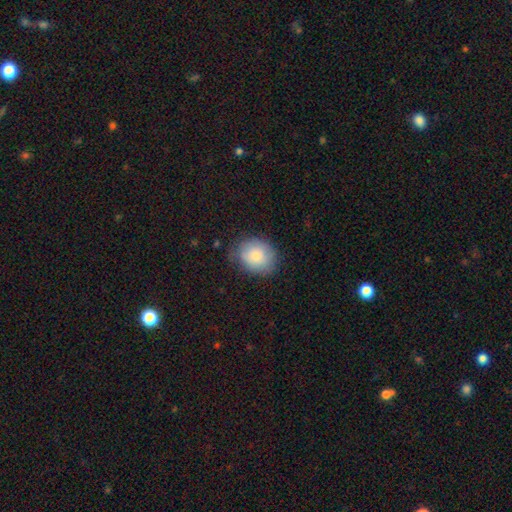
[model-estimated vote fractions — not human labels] smooth-or-featured: smooth: 82% | featured or disk: 11% | star or artifact: 7%
  how-rounded: round: 56% | in between: 43% | cigar-shaped: 1%
  merging: none: 70% | minor disturbance: 23% | major disturbance: 6% | merger: 1%